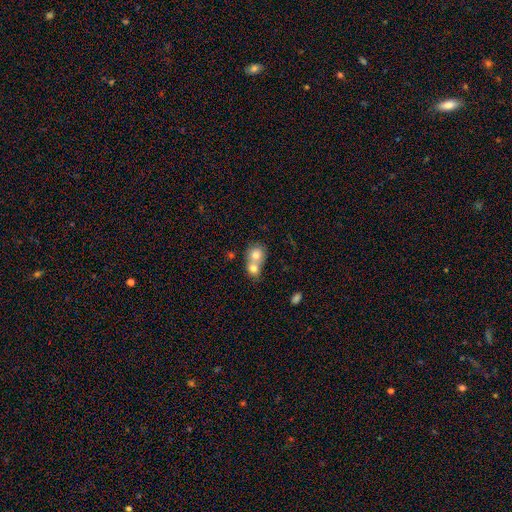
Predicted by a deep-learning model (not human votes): A smooth galaxy with no disk features (74%) that is round (74%).

Vote fractions:
- Smooth or featured? smooth: 74% / featured or disk: 17% / star or artifact: 9%
- How rounded? round: 74% / in between: 25% / cigar-shaped: 1%
- Merging? merger: 69% / none: 24% / minor disturbance: 5% / major disturbance: 2%